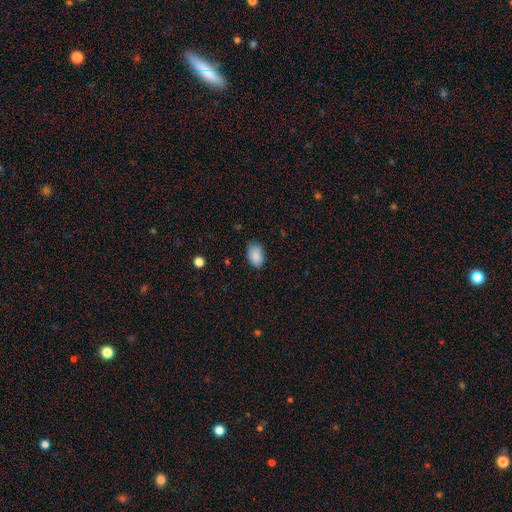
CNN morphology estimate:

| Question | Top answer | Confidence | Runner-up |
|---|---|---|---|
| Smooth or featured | smooth | 88% | star or artifact (7%) |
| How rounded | in between | 86% | round (13%) |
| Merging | none | 78% | minor disturbance (18%) |